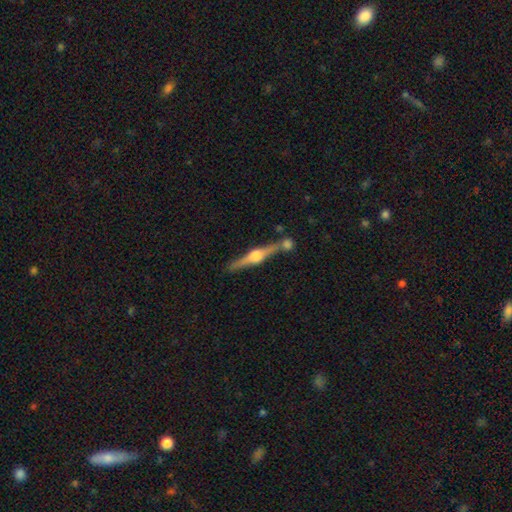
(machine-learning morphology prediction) This is clearly a featured or disk galaxy (82%). It is clearly viewed edge-on (98%). Edge-on bulge: clearly rounded (92%). Merging: likely none (75%).